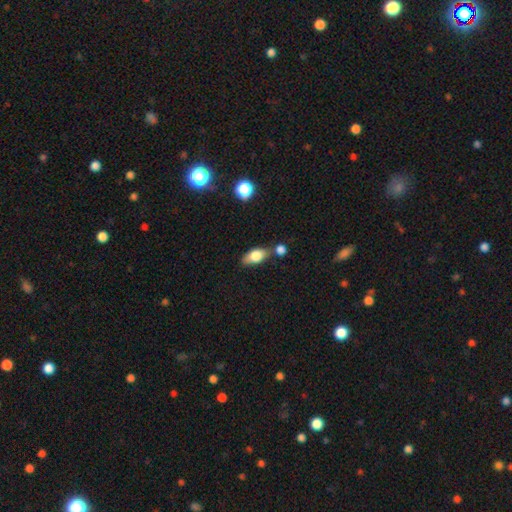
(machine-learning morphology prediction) A smooth galaxy with no disk features (73%) that is in between round and cigar-shaped (83%).

Vote fractions:
- Smooth or featured? smooth: 73% / featured or disk: 19% / star or artifact: 8%
- How rounded? in between: 83% / cigar-shaped: 10% / round: 6%
- Merging? none: 59% / merger: 19% / minor disturbance: 17% / major disturbance: 5%